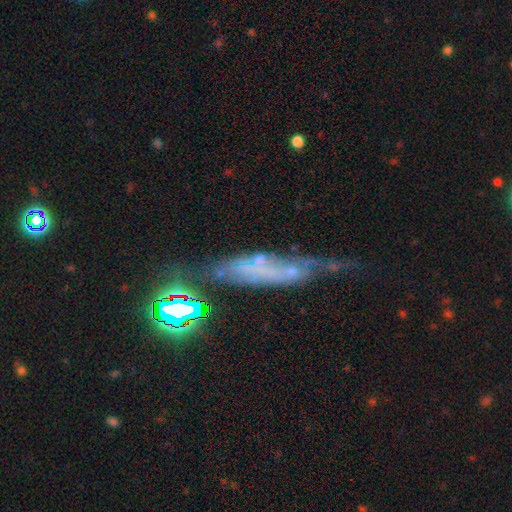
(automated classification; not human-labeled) Smooth or featured?
  - featured or disk: 45% *
  - smooth: 35%
  - star or artifact: 20%
Merging?
  - none: 43% *
  - minor disturbance: 25%
  - major disturbance: 21%
  - merger: 11%